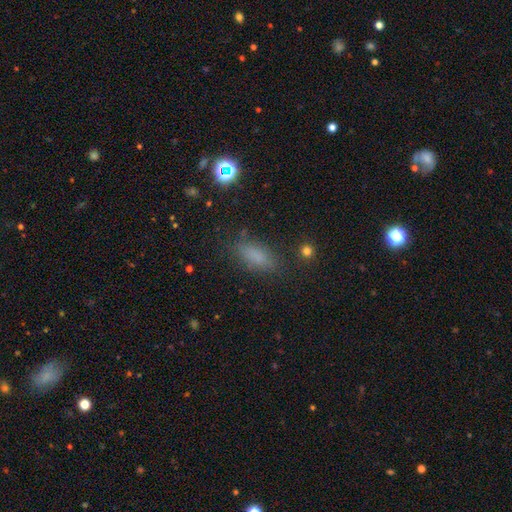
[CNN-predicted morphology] smooth_or_featured: smooth (p=0.75) [alt: star or artifact p=0.16]
how_rounded: in between (p=0.75) [alt: cigar-shaped p=0.20]
merging: none (p=0.78) [alt: minor disturbance p=0.14]